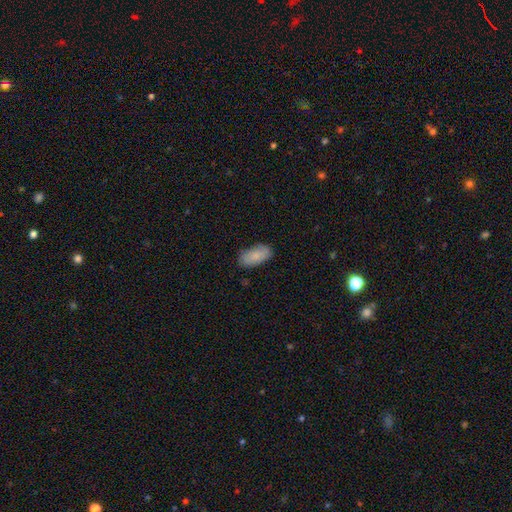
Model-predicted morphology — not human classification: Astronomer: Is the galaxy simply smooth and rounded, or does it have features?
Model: smooth — 83%.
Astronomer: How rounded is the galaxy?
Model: in between — 92%.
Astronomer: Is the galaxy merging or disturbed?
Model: none — 82%.